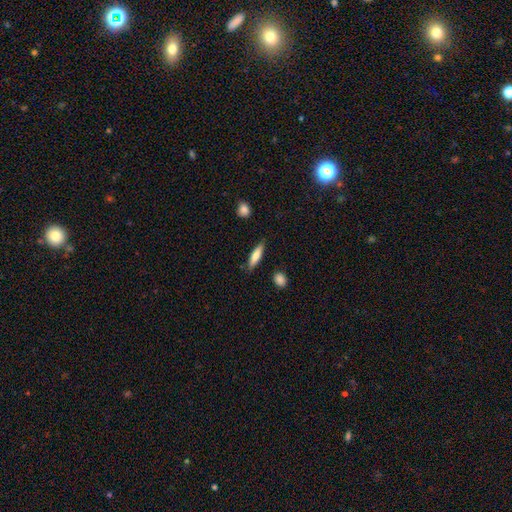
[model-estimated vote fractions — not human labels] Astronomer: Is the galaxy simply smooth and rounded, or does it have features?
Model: smooth — 74%.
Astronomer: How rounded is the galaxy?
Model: cigar-shaped — 74%.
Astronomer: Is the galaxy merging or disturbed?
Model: none — 86%.